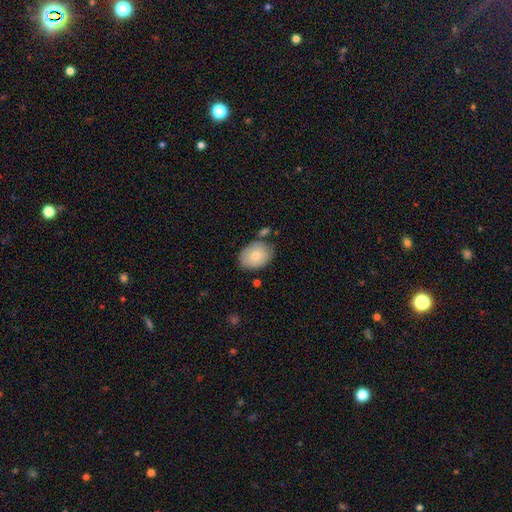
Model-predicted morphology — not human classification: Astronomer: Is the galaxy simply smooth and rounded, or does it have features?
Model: smooth — 79%.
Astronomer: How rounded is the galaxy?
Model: in between — 71%.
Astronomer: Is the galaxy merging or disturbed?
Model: none — 68%.